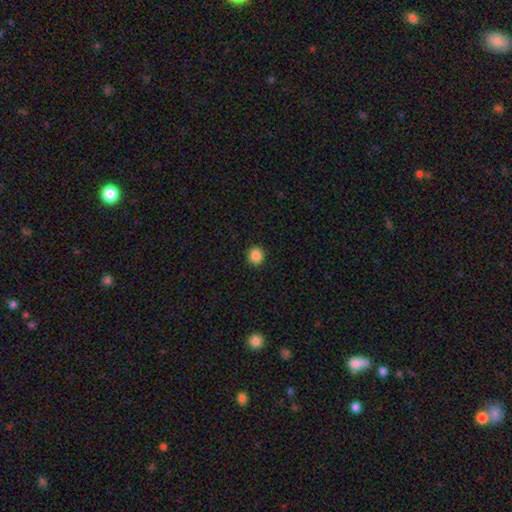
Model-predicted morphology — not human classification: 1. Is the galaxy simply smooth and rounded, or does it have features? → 86% smooth, 10% star or artifact, 3% featured or disk.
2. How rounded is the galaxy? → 90% round, 9% in between, 1% cigar-shaped.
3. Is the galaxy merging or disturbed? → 92% none, 5% minor disturbance, 2% major disturbance, 1% merger.